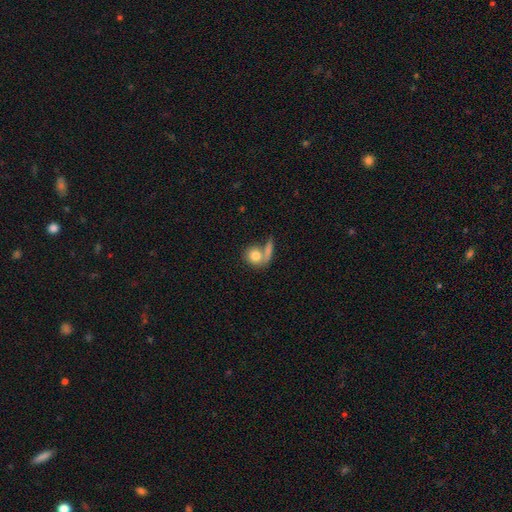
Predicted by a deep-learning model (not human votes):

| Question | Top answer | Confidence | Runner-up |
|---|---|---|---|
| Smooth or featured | smooth | 80% | featured or disk (13%) |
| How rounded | round | 72% | in between (24%) |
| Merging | none | 46% | merger (37%) |